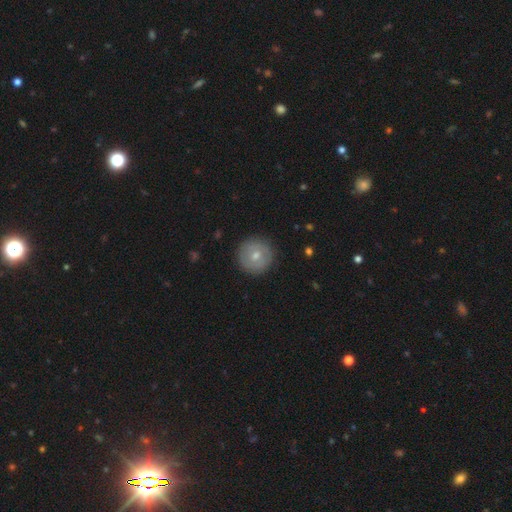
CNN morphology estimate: Smooth or featured? Predicted: smooth (p=0.54). How rounded? Predicted: round (p=0.95). Merging? Predicted: none (p=0.89).